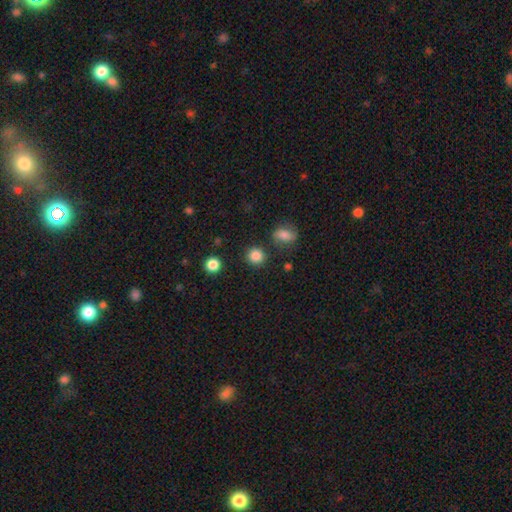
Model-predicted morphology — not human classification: Smooth or featured? smooth (85%)
How rounded? round (91%)
Merging? none (87%)